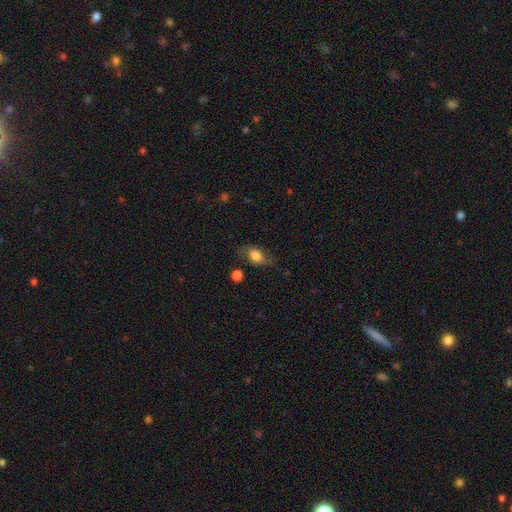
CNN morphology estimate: This appears to be a smooth galaxy with no disk features (70%) that is in between round and cigar-shaped (80%). Merging: none (63%).